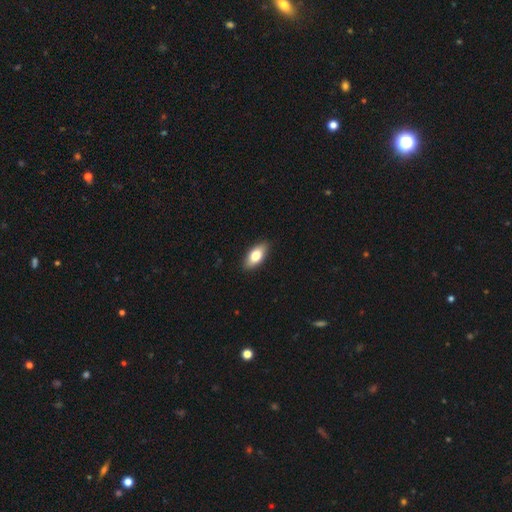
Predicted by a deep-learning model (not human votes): A smooth galaxy with no disk features (78%) that is in between round and cigar-shaped (88%). Merging: none (89%).